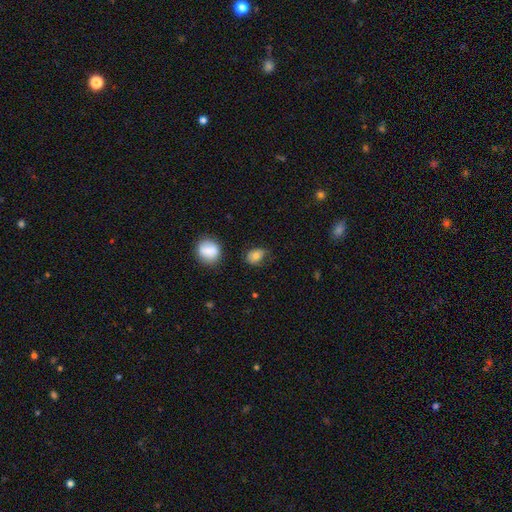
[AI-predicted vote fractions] Smooth or featured: smooth — 77% (featured or disk — 13%)
How rounded: in between — 67% (round — 32%)
Merging: none — 64% (minor disturbance — 25%)